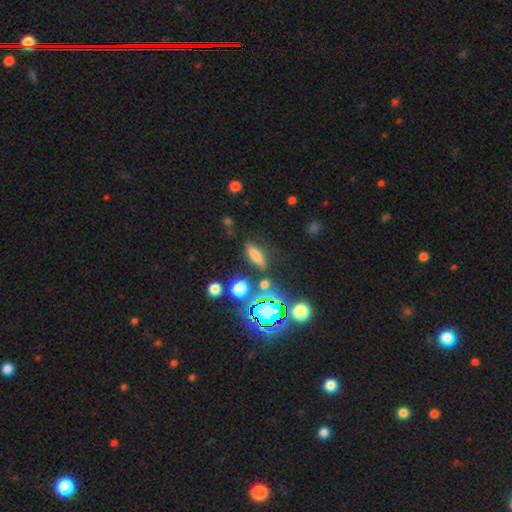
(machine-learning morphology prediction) Smooth or featured: smooth — 65% (star or artifact — 21%)
How rounded: in between — 48% (cigar-shaped — 42%)
Merging: none — 75% (minor disturbance — 13%)